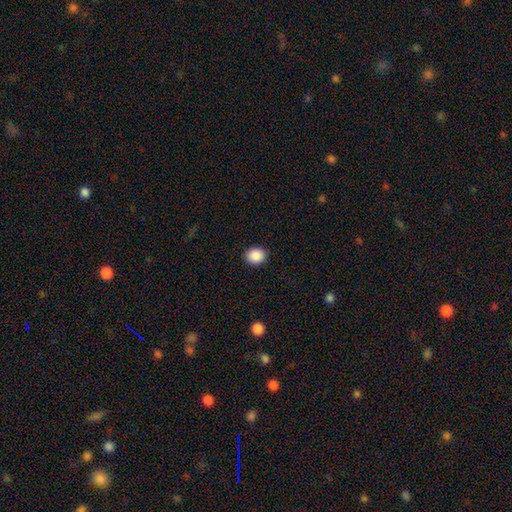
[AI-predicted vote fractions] Smooth or featured? Predicted: smooth (p=0.89). How rounded? Predicted: round (p=0.69). Merging? Predicted: none (p=0.90).